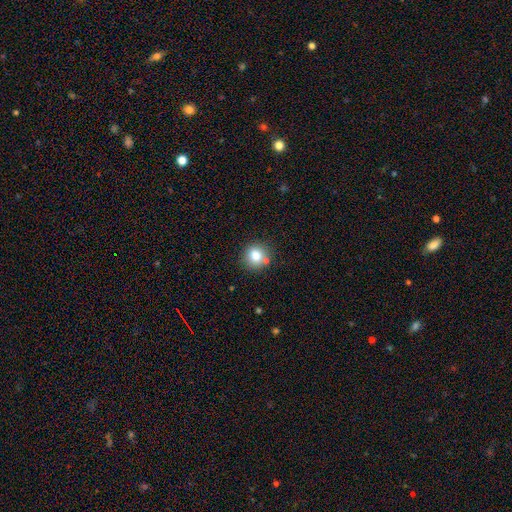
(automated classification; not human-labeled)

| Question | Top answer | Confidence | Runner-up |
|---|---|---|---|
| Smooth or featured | smooth | 78% | star or artifact (12%) |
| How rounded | round | 90% | in between (9%) |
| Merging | none | 79% | minor disturbance (10%) |